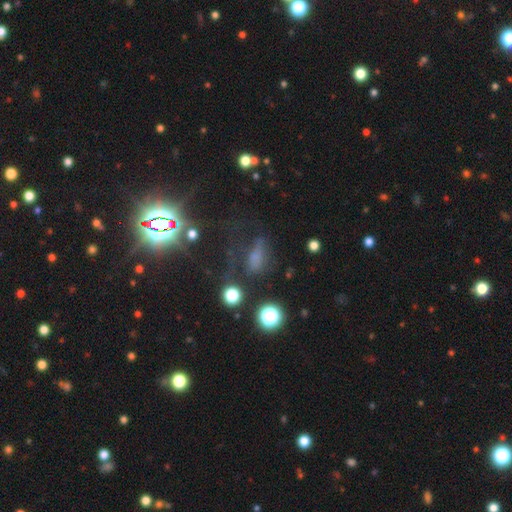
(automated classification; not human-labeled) A star or artifact, not a galaxy (60%).

Vote fractions:
- Smooth or featured? star or artifact: 60% / smooth: 20% / featured or disk: 19%